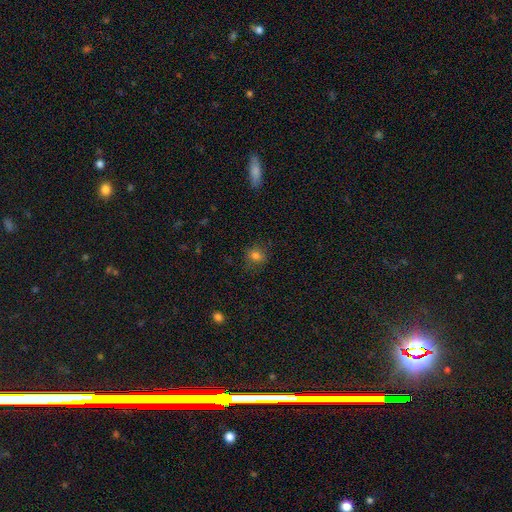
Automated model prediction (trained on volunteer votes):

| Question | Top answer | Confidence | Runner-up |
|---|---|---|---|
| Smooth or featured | smooth | 79% | star or artifact (15%) |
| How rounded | round | 77% | in between (22%) |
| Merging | none | 82% | minor disturbance (13%) |